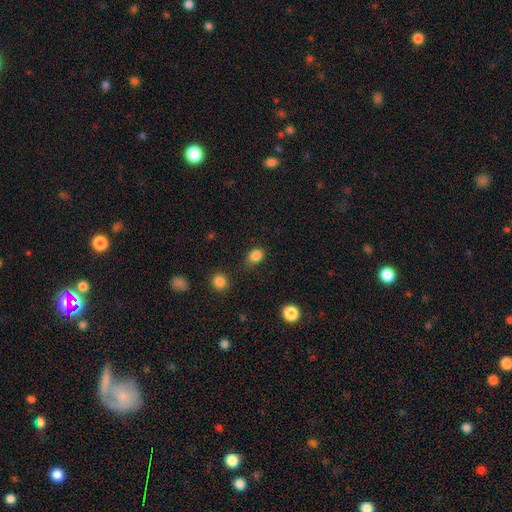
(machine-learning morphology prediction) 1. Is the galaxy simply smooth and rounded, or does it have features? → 85% smooth, 11% star or artifact, 4% featured or disk.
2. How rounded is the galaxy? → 52% in between, 47% round, 1% cigar-shaped.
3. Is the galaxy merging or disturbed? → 70% none, 22% minor disturbance, 6% major disturbance, 3% merger.